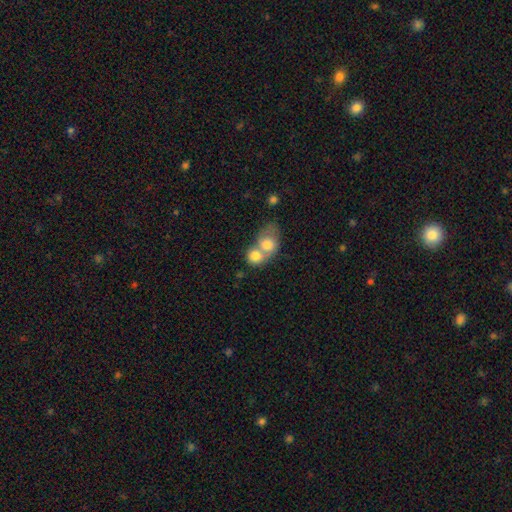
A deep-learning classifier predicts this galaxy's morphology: A smooth galaxy with no disk features (75%) that is round (63%). Merging: merger (74%).